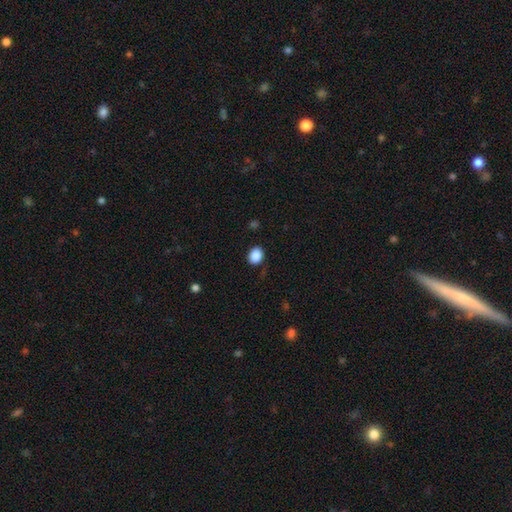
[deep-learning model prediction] This appears to be a smooth galaxy with no disk features (88%) that is in between round and cigar-shaped (52%). Merging: none (86%).